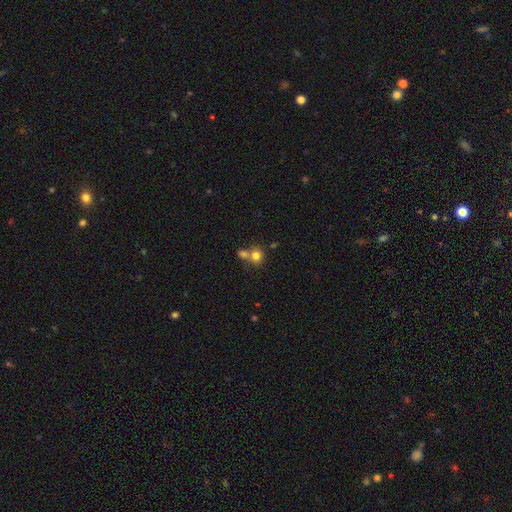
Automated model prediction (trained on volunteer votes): A smooth galaxy with no disk features (78%) that is round (82%). Merging: none (46%).